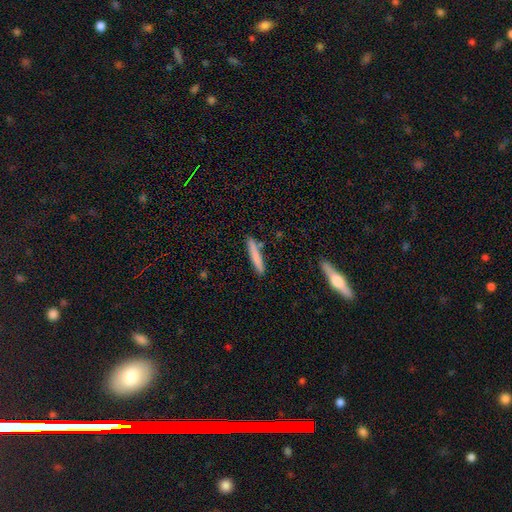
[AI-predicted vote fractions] This appears to be a smooth galaxy with no disk features (77%) that is cigar-shaped (92%). Merging: none (85%).